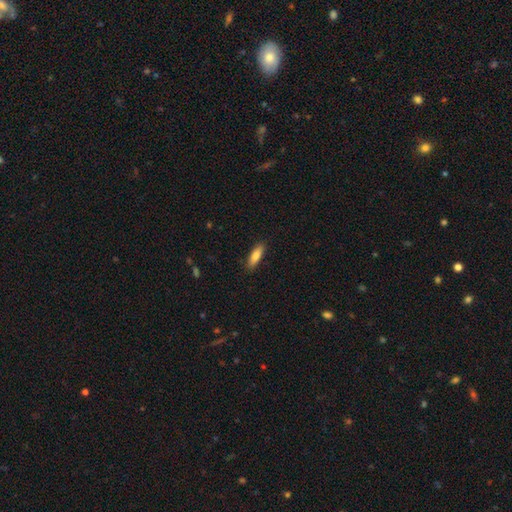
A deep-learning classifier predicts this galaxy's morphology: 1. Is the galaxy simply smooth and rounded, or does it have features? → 80% smooth, 14% featured or disk, 6% star or artifact.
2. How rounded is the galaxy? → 51% cigar-shaped, 47% in between, 2% round.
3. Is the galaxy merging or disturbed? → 87% none, 10% minor disturbance, 2% major disturbance, 1% merger.